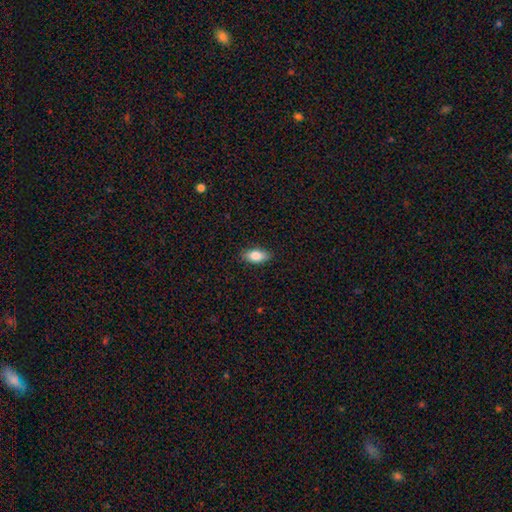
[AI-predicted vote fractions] A smooth galaxy with no disk features (83%) that is in between round and cigar-shaped (88%). Merging: none (86%).